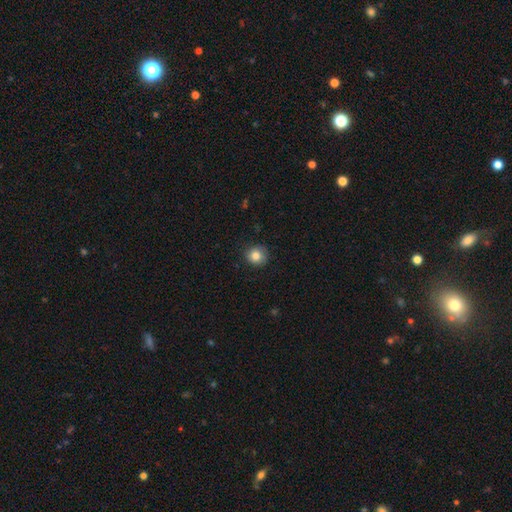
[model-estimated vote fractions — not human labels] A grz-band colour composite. It shows a smooth galaxy with no disk features (84%) that is round (90%). Merging: none (82%).